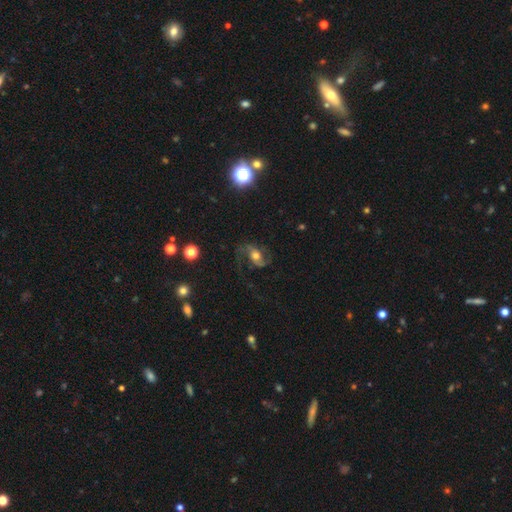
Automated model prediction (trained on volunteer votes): Smooth or featured? featured or disk (74%)
Edge-on disk? no (96%)
Bar? no (57%)
Spiral arms? yes (93%)
Spiral winding? loose (51%)
Spiral arm count? 2 (88%)
Bulge size? moderate (65%)
Merging? none (61%)